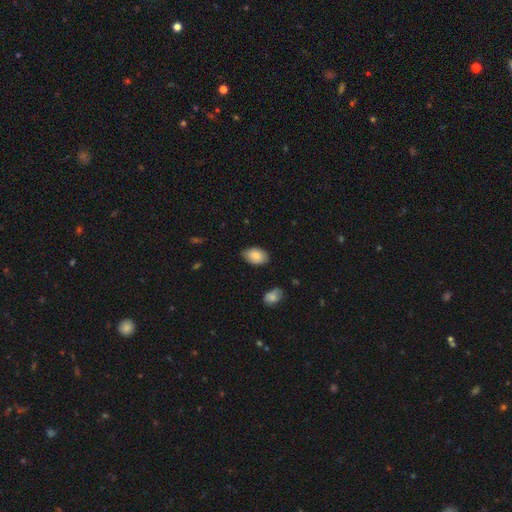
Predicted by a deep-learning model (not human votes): Q: Smooth or featured?
A: smooth (84%); runner-up: featured or disk (9%)
Q: How rounded?
A: in between (91%); runner-up: round (8%)
Q: Merging?
A: none (76%); runner-up: minor disturbance (20%)